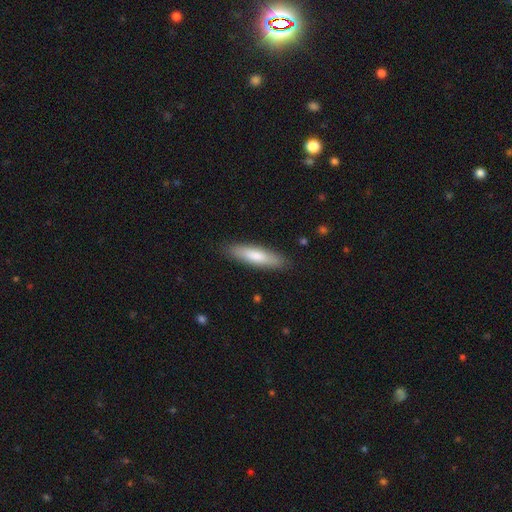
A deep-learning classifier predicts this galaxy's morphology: This appears to be a smooth galaxy with no disk features (76%) that is cigar-shaped (71%). Merging: none (88%).